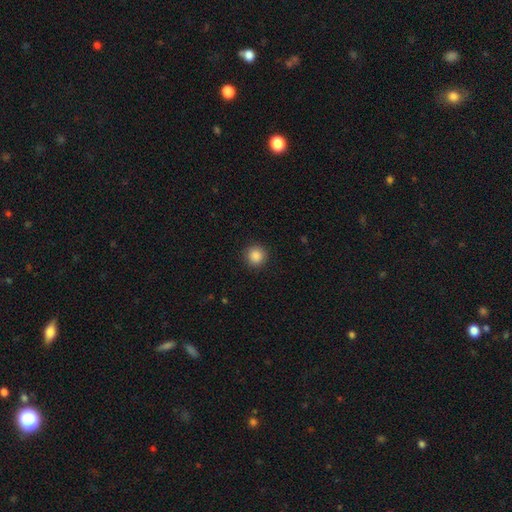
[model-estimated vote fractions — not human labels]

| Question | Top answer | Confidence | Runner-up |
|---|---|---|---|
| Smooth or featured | smooth | 88% | star or artifact (9%) |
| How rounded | round | 94% | in between (5%) |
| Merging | none | 91% | minor disturbance (6%) |